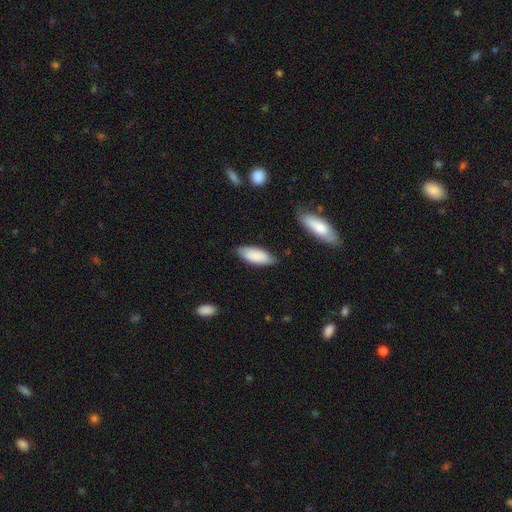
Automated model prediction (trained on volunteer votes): smooth 85%, featured or disk 9%, star or artifact 6%. Down the decision tree: how rounded — in between (81%); merging — none (77%).